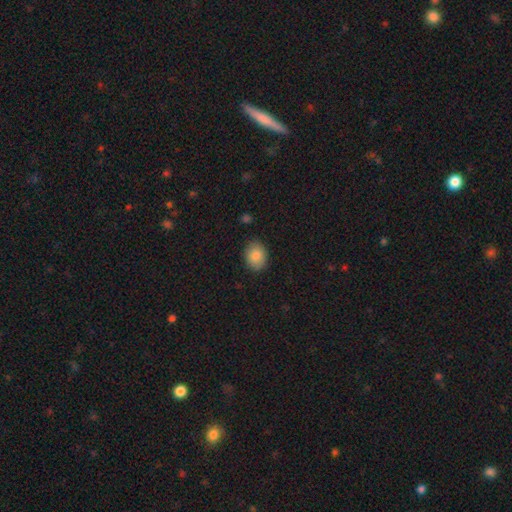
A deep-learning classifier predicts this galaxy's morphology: A smooth galaxy with no disk features (85%) that is in between round and cigar-shaped (59%). Merging: none (86%).